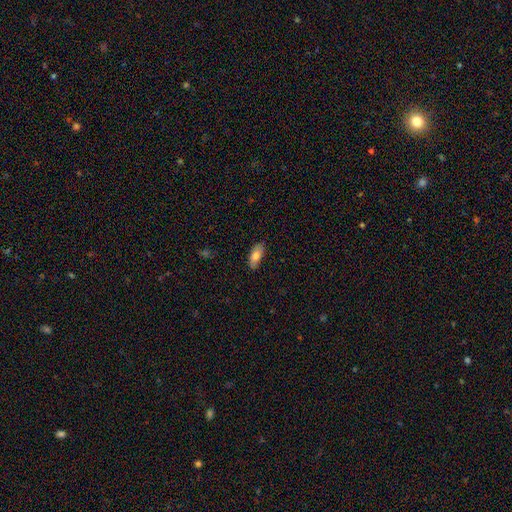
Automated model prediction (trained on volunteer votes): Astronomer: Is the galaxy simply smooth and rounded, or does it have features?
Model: smooth — 79%.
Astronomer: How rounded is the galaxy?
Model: in between — 84%.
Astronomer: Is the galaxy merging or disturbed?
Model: none — 82%.